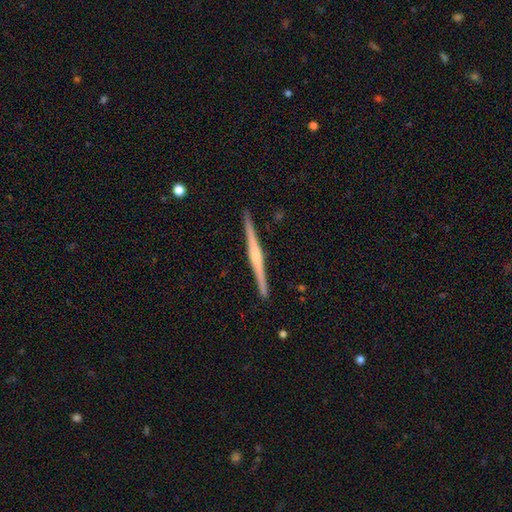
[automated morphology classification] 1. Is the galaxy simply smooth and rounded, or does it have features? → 78% featured or disk, 17% smooth, 5% star or artifact.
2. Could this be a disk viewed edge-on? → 99% yes, 1% no.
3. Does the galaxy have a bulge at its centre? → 58% rounded, 22% boxy, 20% none.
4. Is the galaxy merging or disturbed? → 92% none, 5% minor disturbance, 1% major disturbance, 1% merger.